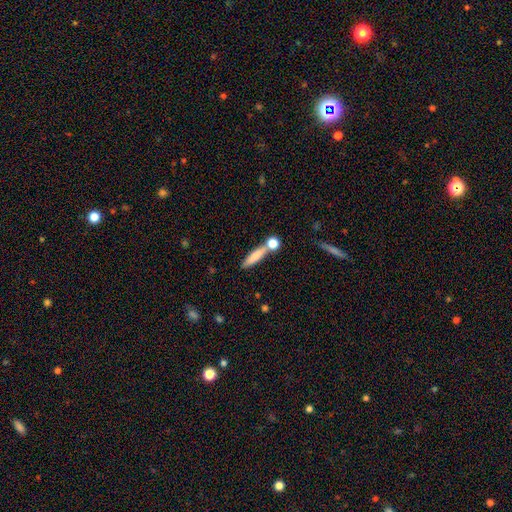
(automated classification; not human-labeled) Overall: smooth (74%). How rounded: cigar-shaped (78%). Merging: none (64%).